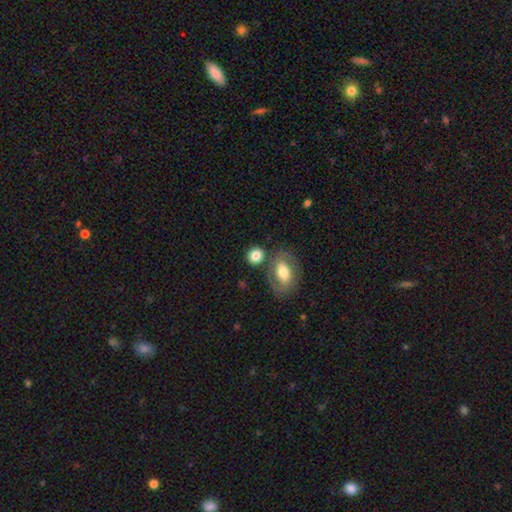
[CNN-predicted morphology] A smooth galaxy with no disk features (79%) that is round (70%).

Vote fractions:
- Smooth or featured? smooth: 79% / featured or disk: 13% / star or artifact: 8%
- How rounded? round: 70% / in between: 29% / cigar-shaped: 1%
- Merging? none: 65% / merger: 18% / minor disturbance: 12% / major disturbance: 4%